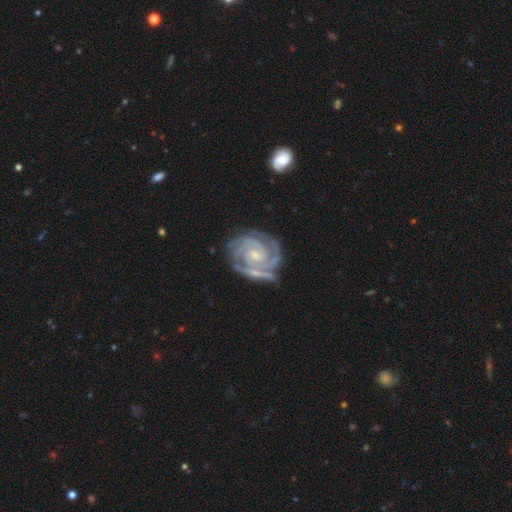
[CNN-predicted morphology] Overall: featured or disk (91%). Edge-on disk: no (98%). Bar: no (52%; weak 35%). Spiral arms: yes (98%). Spiral arm count: 2 (49%; 3 29%). Spiral winding: tight (77%). Bulge size: small (60%; moderate 30%). Merging: none (70%).